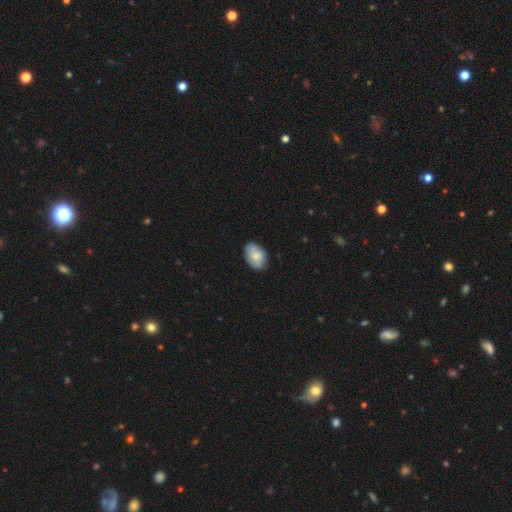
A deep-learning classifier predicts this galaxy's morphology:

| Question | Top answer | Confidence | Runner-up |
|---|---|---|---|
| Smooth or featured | smooth | 70% | featured or disk (24%) |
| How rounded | in between | 86% | round (13%) |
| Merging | none | 72% | minor disturbance (22%) |